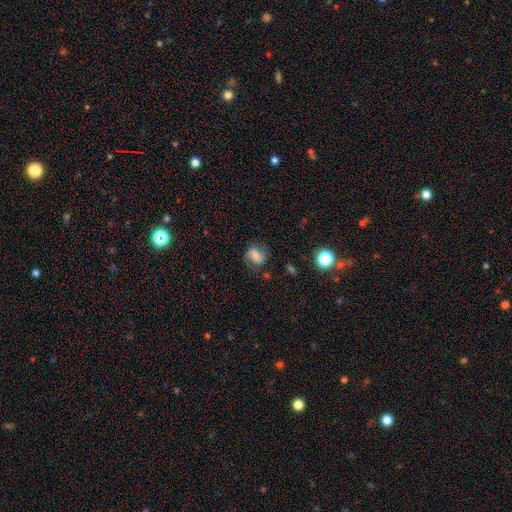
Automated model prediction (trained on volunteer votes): featured or disk 49%, smooth 40%, star or artifact 11%. Down the decision tree: merging — none (66%).